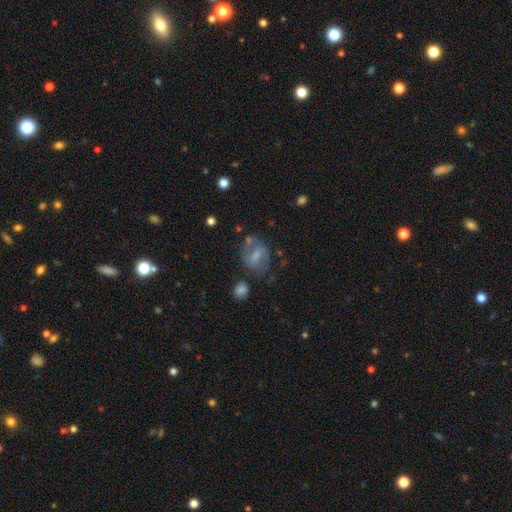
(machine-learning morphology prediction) Smooth or featured? featured or disk (47%)
Merging? none (52%)